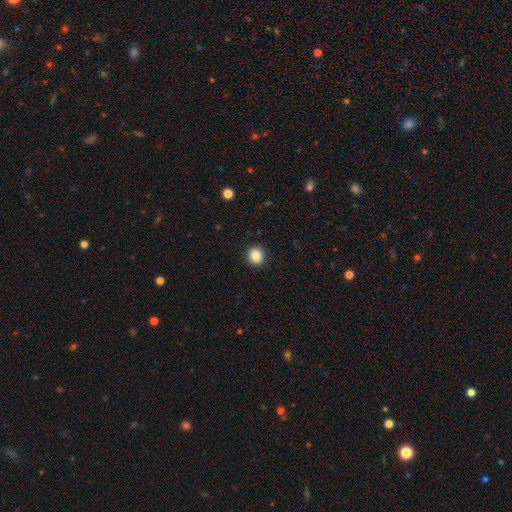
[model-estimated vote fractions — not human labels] The model was most divided on "smooth or featured": smooth: 85%, star or artifact: 10%, featured or disk: 6%. More confident: merging — none (92%); how rounded — round (89%).